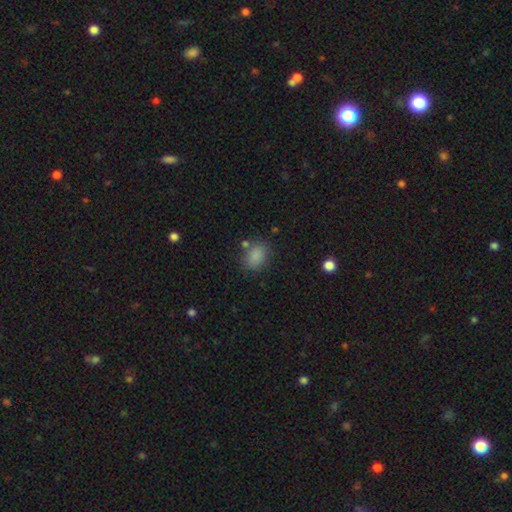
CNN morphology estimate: Smooth or featured?
  - smooth: 84% *
  - star or artifact: 11%
  - featured or disk: 5%
How rounded?
  - in between: 65% *
  - round: 34%
  - cigar-shaped: 1%
Merging?
  - none: 75% *
  - minor disturbance: 14%
  - merger: 6%
  - major disturbance: 5%